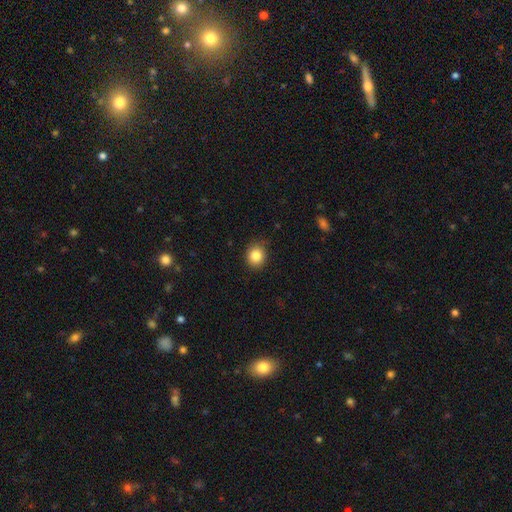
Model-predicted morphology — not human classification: smooth_or_featured: smooth (p=0.85) [alt: star or artifact p=0.10]
how_rounded: round (p=0.77) [alt: in between p=0.22]
merging: none (p=0.82) [alt: minor disturbance p=0.14]